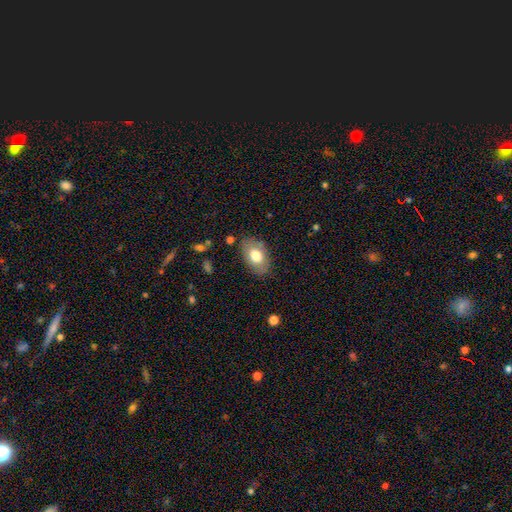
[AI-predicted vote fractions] Smooth or featured? smooth (72%)
How rounded? in between (89%)
Merging? none (81%)